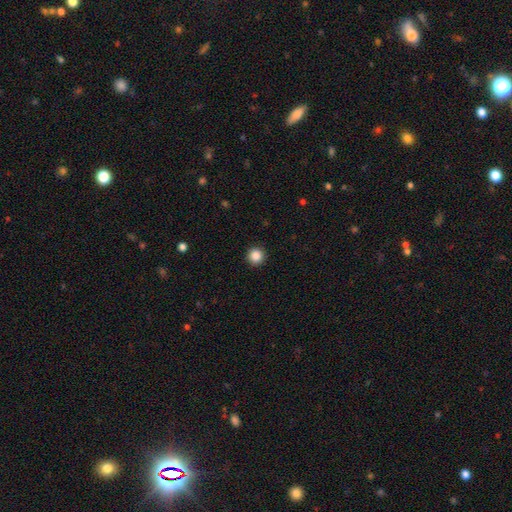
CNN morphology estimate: Smooth or featured: smooth — 86% (star or artifact — 10%)
How rounded: round — 96% (in between — 3%)
Merging: none — 93% (minor disturbance — 4%)